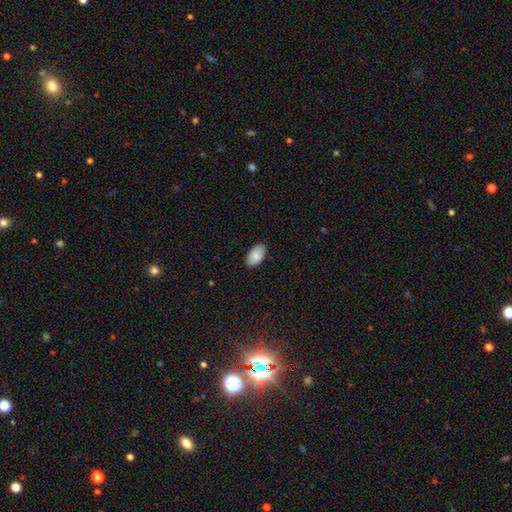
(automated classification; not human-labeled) This appears to be a smooth galaxy with no disk features (86%) that is in between round and cigar-shaped (96%). Merging: none (86%).